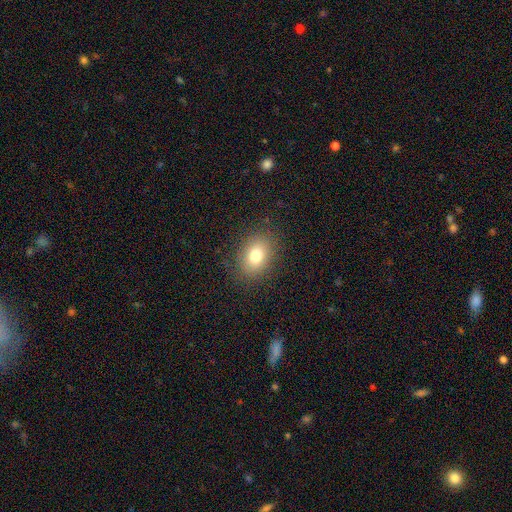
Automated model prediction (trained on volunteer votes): smooth_or_featured: smooth (p=0.78) [alt: star or artifact p=0.11]
how_rounded: in between (p=0.68) [alt: round p=0.31]
merging: none (p=0.85) [alt: minor disturbance p=0.10]